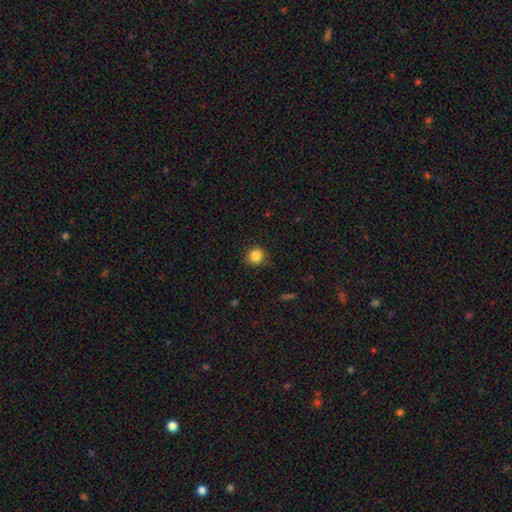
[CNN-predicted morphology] Smooth or featured: smooth — 85% (star or artifact — 11%)
How rounded: round — 90% (in between — 9%)
Merging: none — 84% (minor disturbance — 12%)